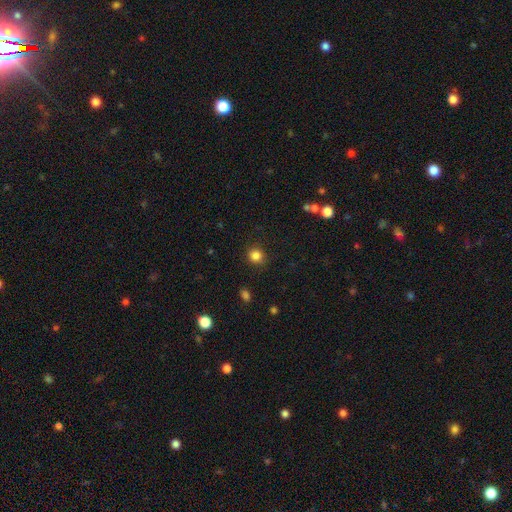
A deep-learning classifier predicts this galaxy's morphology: A smooth galaxy with no disk features (84%) that is round (85%). Merging: none (86%).